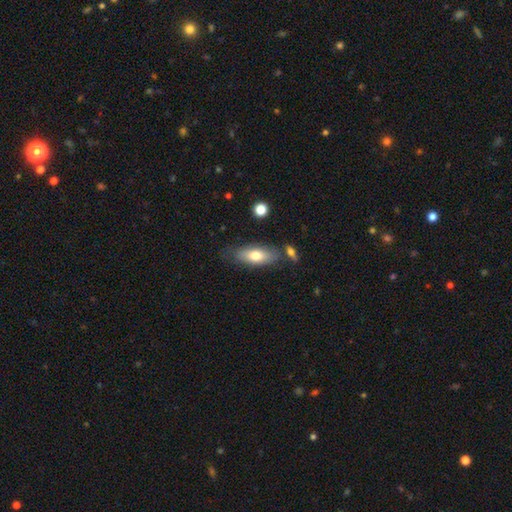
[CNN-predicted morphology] smooth_or_featured: smooth (p=0.71) [alt: featured or disk p=0.22]
how_rounded: in between (p=0.78) [alt: cigar-shaped p=0.19]
merging: none (p=0.71) [alt: minor disturbance p=0.17]